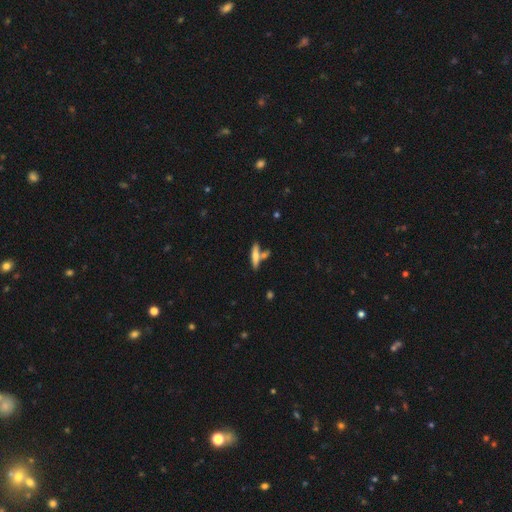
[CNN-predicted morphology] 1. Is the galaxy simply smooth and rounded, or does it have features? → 66% smooth, 27% featured or disk, 7% star or artifact.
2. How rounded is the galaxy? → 76% cigar-shaped, 22% in between, 2% round.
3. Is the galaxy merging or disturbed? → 65% none, 20% merger, 12% minor disturbance, 3% major disturbance.